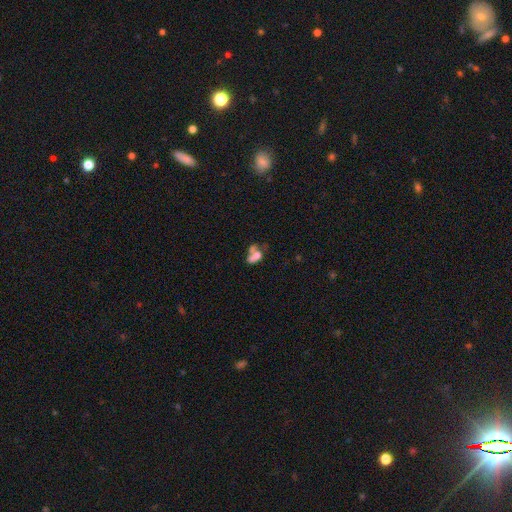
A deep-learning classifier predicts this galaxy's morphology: Q: Smooth or featured?
A: smooth (53%); runner-up: featured or disk (33%)
Q: How rounded?
A: in between (75%); runner-up: round (19%)
Q: Merging?
A: merger (53%); runner-up: none (18%)